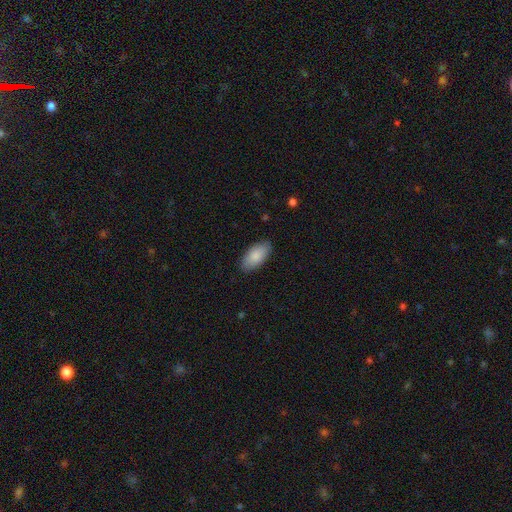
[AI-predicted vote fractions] A smooth galaxy with no disk features (87%) that is in between round and cigar-shaped (94%).

Vote fractions:
- Smooth or featured? smooth: 87% / featured or disk: 8% / star or artifact: 6%
- How rounded? in between: 94% / cigar-shaped: 4% / round: 2%
- Merging? none: 86% / minor disturbance: 11% / major disturbance: 2% / merger: 1%